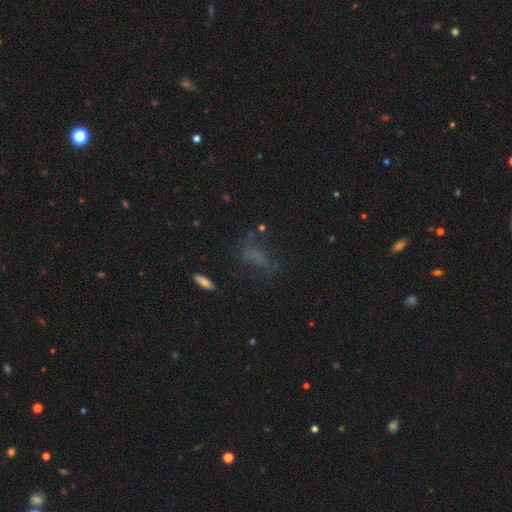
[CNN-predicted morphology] This appears to be a smooth galaxy with no disk features (47%). Merging: none (50%).